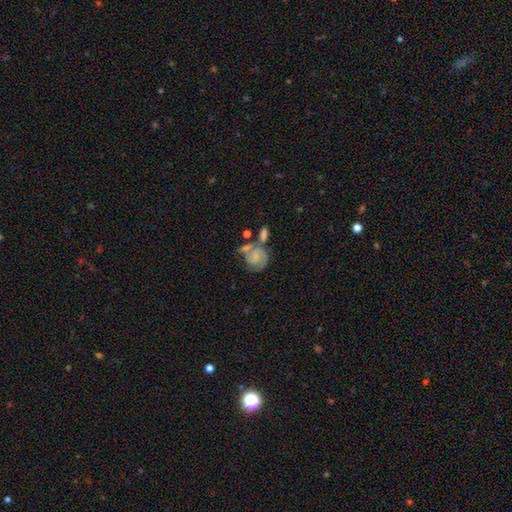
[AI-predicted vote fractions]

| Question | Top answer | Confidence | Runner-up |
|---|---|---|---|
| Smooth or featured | featured or disk | 70% | smooth (22%) |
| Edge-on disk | no | 98% | yes (2%) |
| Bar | no | 60% | weak (33%) |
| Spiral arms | yes | 92% | no (8%) |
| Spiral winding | tight | 47% | medium (41%) |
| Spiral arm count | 2 | 66% | can't tell (13%) |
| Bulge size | small | 53% | none (23%) |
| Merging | none | 39% | merger (27%) |